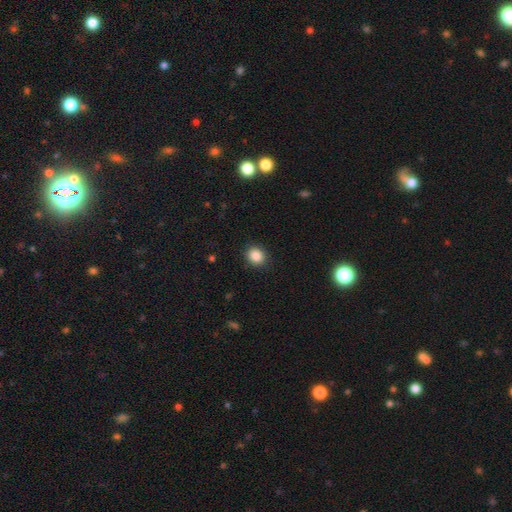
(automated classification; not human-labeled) Smooth or featured? smooth (87%)
How rounded? round (66%)
Merging? none (89%)